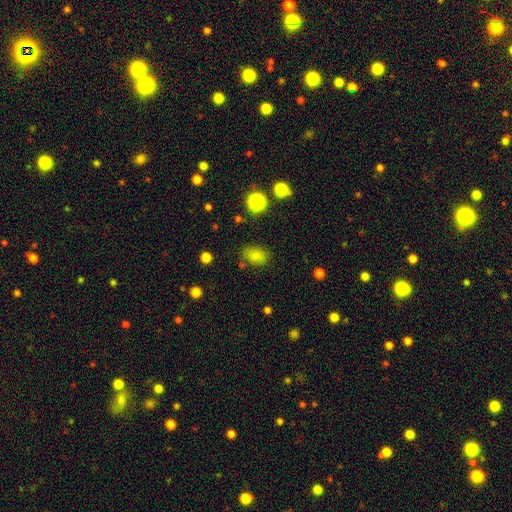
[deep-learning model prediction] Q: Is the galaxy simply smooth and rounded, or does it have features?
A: smooth — 81%.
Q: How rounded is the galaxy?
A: in between — 80%.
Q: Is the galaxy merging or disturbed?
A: none — 79%.